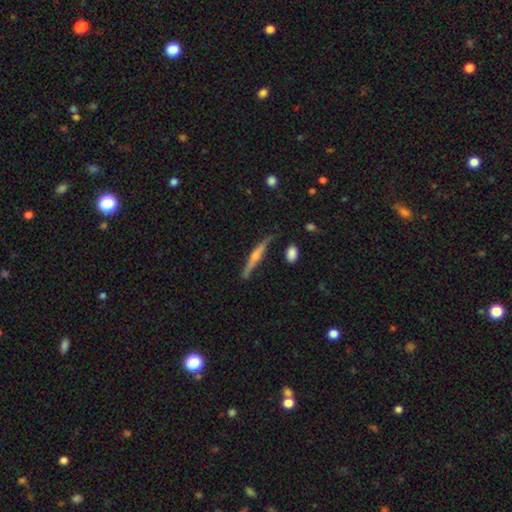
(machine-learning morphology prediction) Smooth or featured? Predicted: featured or disk (p=0.73). Edge-on disk? Predicted: yes (p=0.97). Edge-on bulge? Predicted: rounded (p=0.85). Merging? Predicted: none (p=0.85).